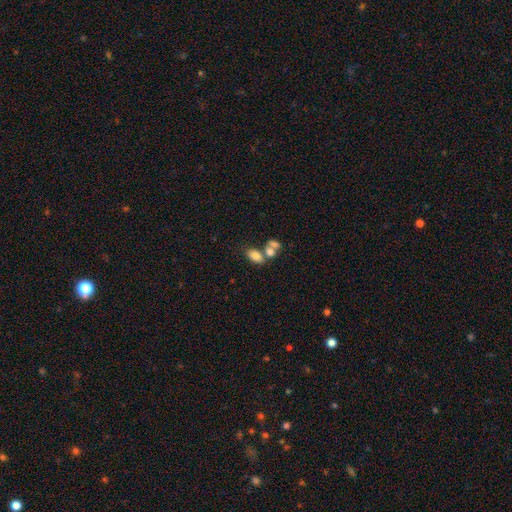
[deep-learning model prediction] This appears to be a smooth galaxy with no disk features (78%) that is in between round and cigar-shaped (89%). Merging: merger (45%).